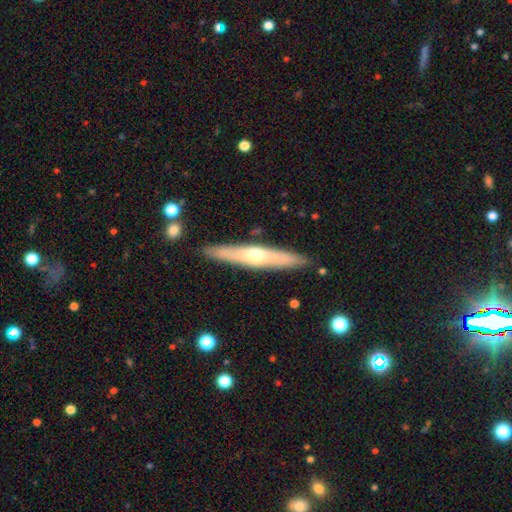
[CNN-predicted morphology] Smooth or featured? Predicted: featured or disk (p=0.56). Edge-on disk? Predicted: yes (p=0.90). Edge-on bulge? Predicted: rounded (p=0.83). Merging? Predicted: none (p=0.89).